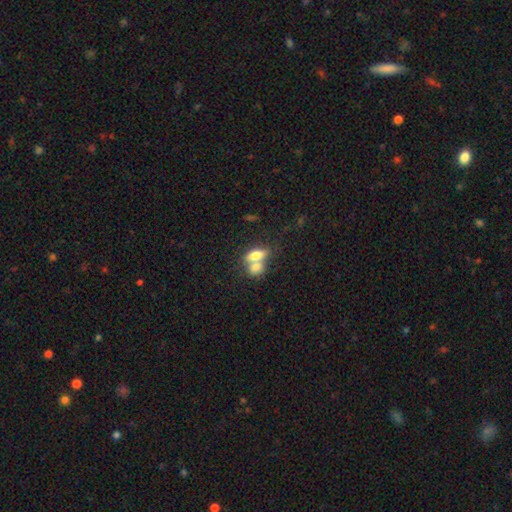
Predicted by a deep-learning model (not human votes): Q: Smooth or featured?
A: smooth (73%); runner-up: featured or disk (20%)
Q: How rounded?
A: in between (80%); runner-up: round (11%)
Q: Merging?
A: merger (66%); runner-up: none (23%)